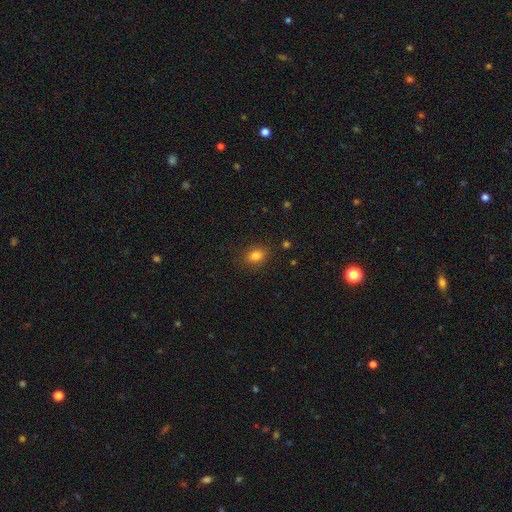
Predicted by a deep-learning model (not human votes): Smooth or featured?
  - smooth: 82% *
  - star or artifact: 12%
  - featured or disk: 6%
How rounded?
  - in between: 70% *
  - round: 28%
  - cigar-shaped: 2%
Merging?
  - none: 85% *
  - minor disturbance: 11%
  - major disturbance: 3%
  - merger: 1%